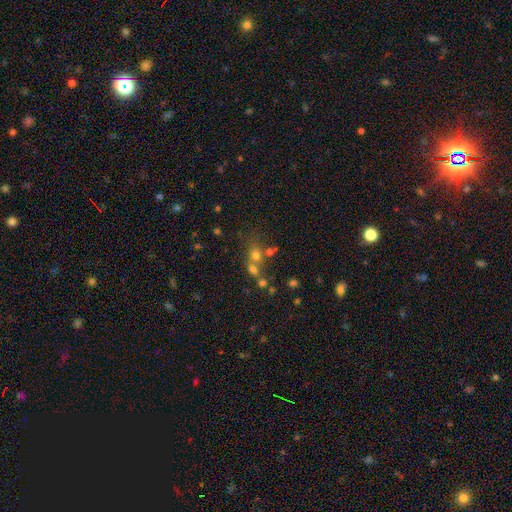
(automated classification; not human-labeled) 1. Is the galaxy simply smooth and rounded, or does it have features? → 53% smooth, 29% star or artifact, 18% featured or disk.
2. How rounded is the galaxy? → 74% round, 23% in between, 2% cigar-shaped.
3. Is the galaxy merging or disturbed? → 44% merger, 42% none, 8% minor disturbance, 6% major disturbance.